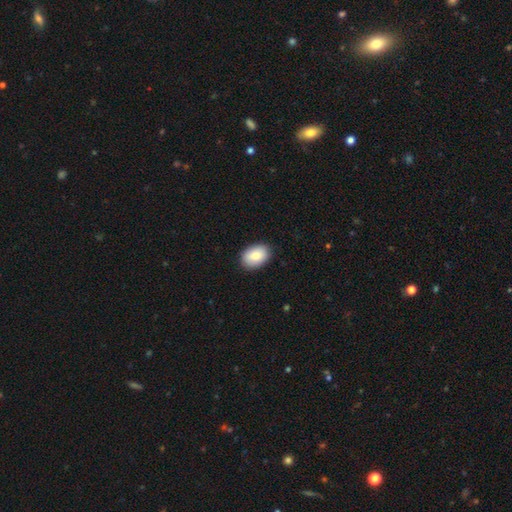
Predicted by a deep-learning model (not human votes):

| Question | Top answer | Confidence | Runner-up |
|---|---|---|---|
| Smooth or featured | smooth | 82% | featured or disk (11%) |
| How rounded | in between | 83% | round (16%) |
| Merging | none | 89% | minor disturbance (9%) |